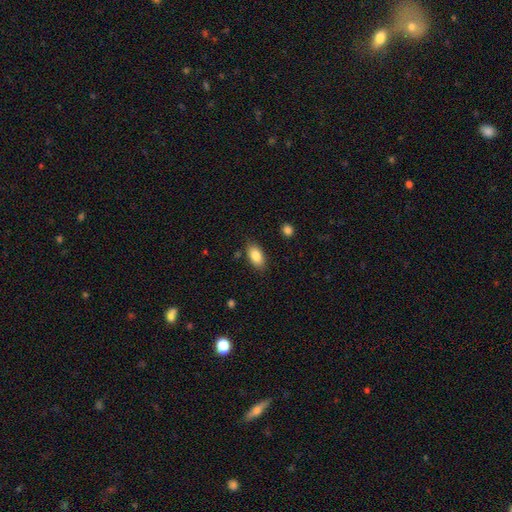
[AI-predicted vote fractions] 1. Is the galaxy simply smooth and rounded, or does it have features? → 85% smooth, 8% featured or disk, 7% star or artifact.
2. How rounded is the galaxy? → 92% in between, 4% round, 4% cigar-shaped.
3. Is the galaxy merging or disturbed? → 84% none, 11% minor disturbance, 3% major disturbance, 2% merger.